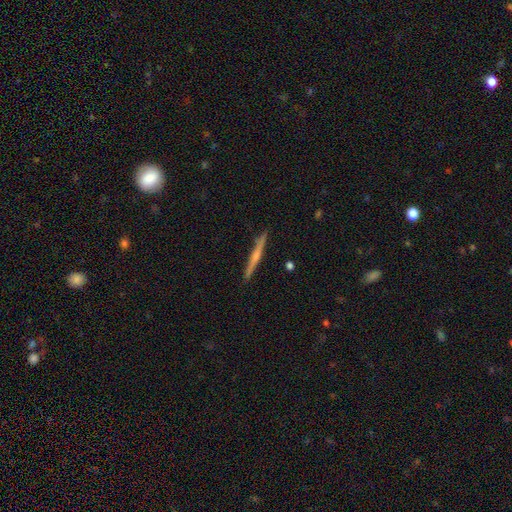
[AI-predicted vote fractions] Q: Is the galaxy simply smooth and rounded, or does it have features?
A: featured or disk — 60%.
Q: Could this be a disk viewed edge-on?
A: yes — 98%.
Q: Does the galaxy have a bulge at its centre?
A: rounded — 58%.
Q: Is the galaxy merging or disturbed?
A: none — 91%.